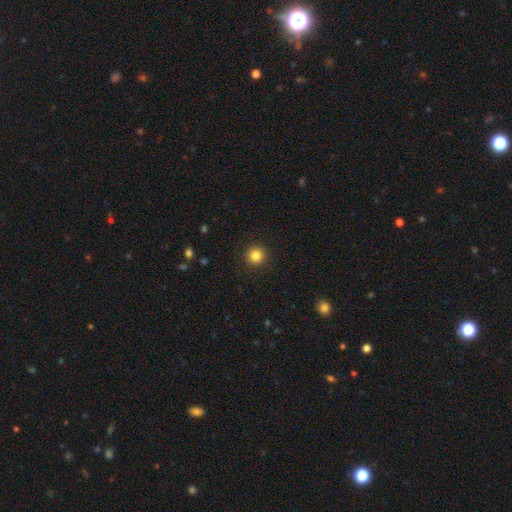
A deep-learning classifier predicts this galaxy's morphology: Q: Smooth or featured?
A: smooth (85%); runner-up: star or artifact (11%)
Q: How rounded?
A: round (94%); runner-up: in between (5%)
Q: Merging?
A: none (92%); runner-up: minor disturbance (5%)